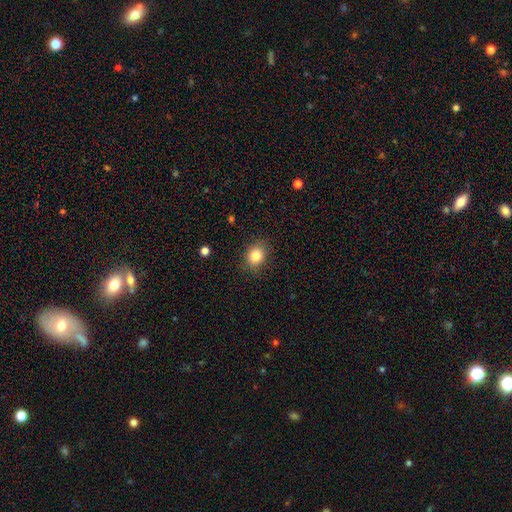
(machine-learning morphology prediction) smooth_or_featured: smooth (p=0.83) [alt: star or artifact p=0.11]
how_rounded: round (p=0.63) [alt: in between p=0.36]
merging: none (p=0.87) [alt: minor disturbance p=0.10]